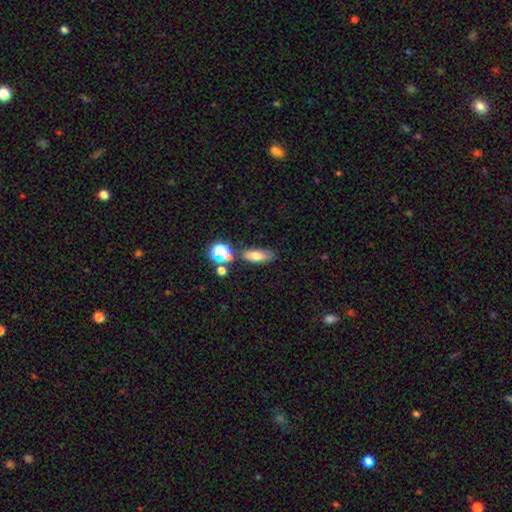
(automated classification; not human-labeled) Smooth or featured? Predicted: smooth (p=0.73). How rounded? Predicted: in between (p=0.58). Merging? Predicted: none (p=0.69).